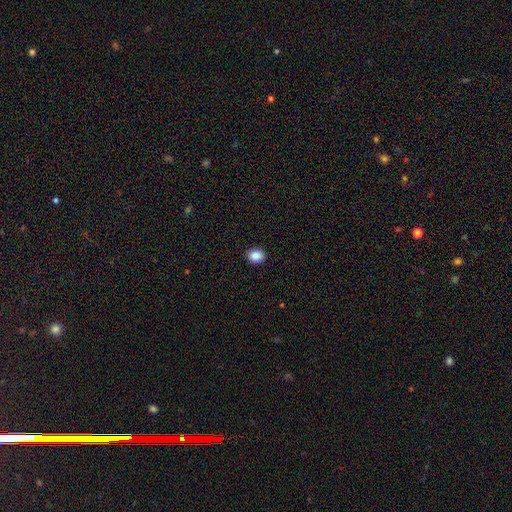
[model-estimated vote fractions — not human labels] This is clearly a smooth galaxy (88%). How rounded: possibly round (50%). Merging: clearly none (91%).